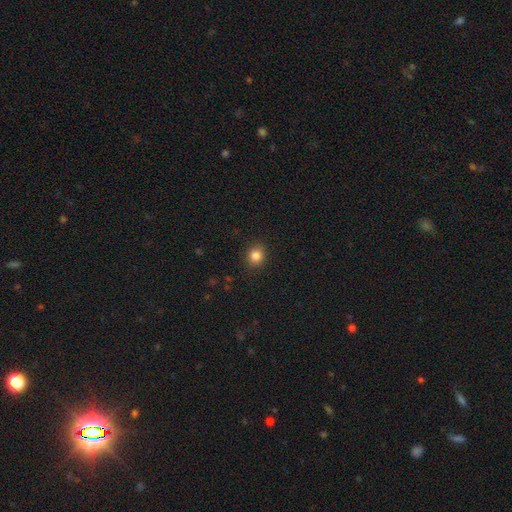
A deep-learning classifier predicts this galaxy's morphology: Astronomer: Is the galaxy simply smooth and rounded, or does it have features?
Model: smooth — 83%.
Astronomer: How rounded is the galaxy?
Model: round — 80%.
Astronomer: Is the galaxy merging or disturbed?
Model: none — 90%.